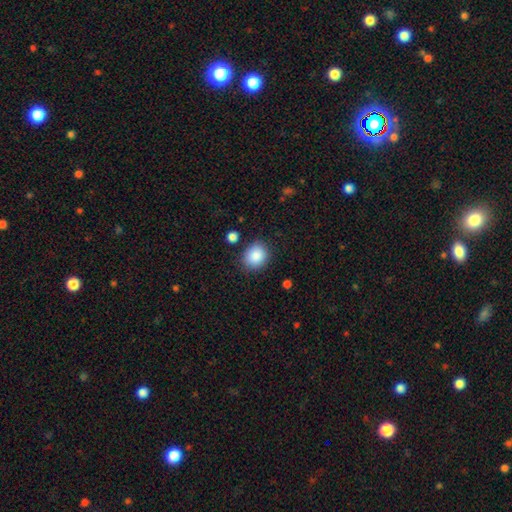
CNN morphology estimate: smooth-or-featured: smooth: 87% | star or artifact: 8% | featured or disk: 4%
  how-rounded: round: 71% | in between: 28% | cigar-shaped: 1%
  merging: none: 81% | minor disturbance: 13% | major disturbance: 4% | merger: 3%